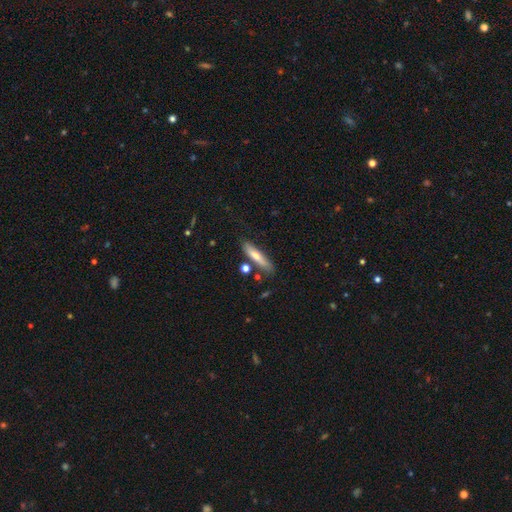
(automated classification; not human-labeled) smooth 65%, featured or disk 29%, star or artifact 6%. Down the decision tree: how rounded — cigar-shaped (83%); merging — none (78%).